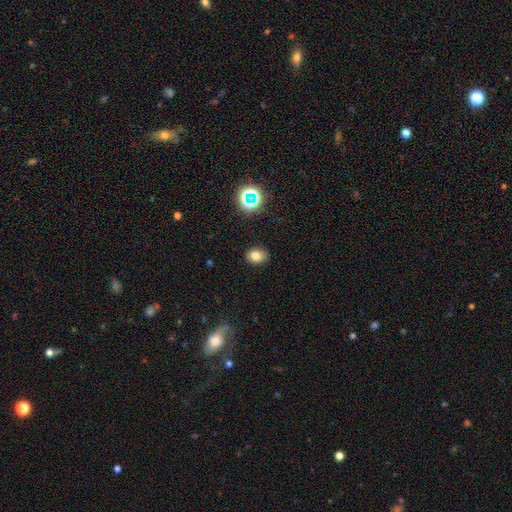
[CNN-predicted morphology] smooth_or_featured: smooth (p=0.78) [alt: star or artifact p=0.15]
how_rounded: in between (p=0.59) [alt: round p=0.40]
merging: none (p=0.87) [alt: minor disturbance p=0.09]